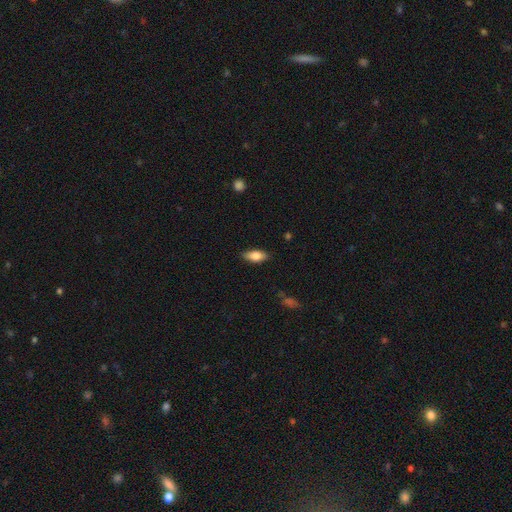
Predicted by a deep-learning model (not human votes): This is likely a smooth galaxy (77%). How rounded: clearly in between (82%). Merging: clearly none (85%).